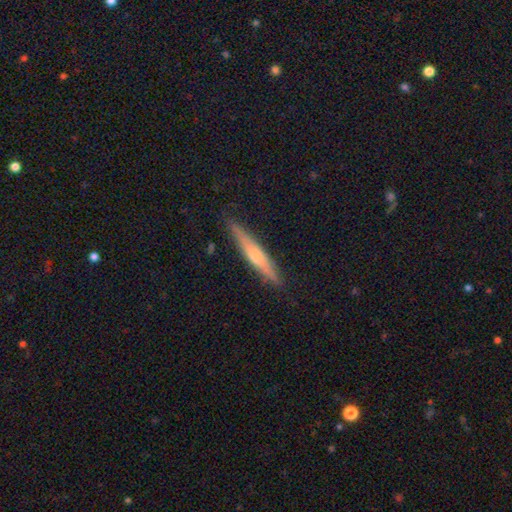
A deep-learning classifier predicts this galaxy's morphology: The model was most divided on "smooth or featured" (2-way tie): smooth: 47%, featured or disk: 47%, star or artifact: 6%. More confident: merging — none (87%).